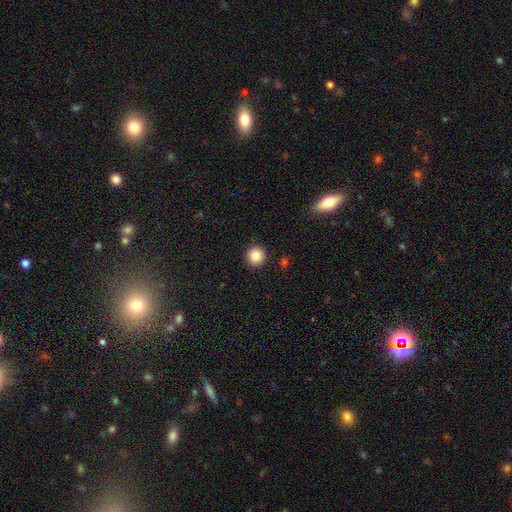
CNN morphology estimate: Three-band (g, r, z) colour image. It shows a smooth galaxy with no disk features (87%) that is round (94%). Merging: none (92%).